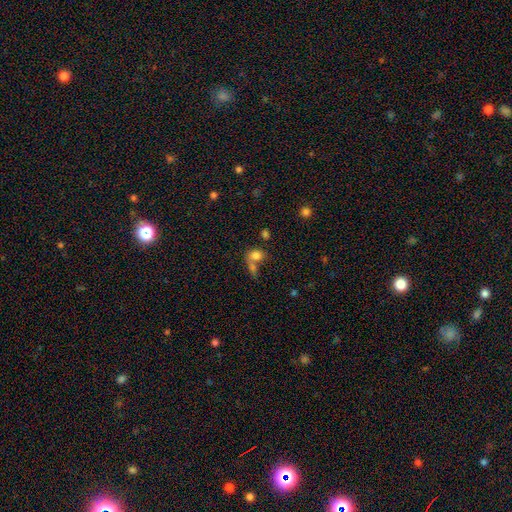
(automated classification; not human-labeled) Morphology: type=smooth (79%); roundness=in between (55%); merging=merger (48%).